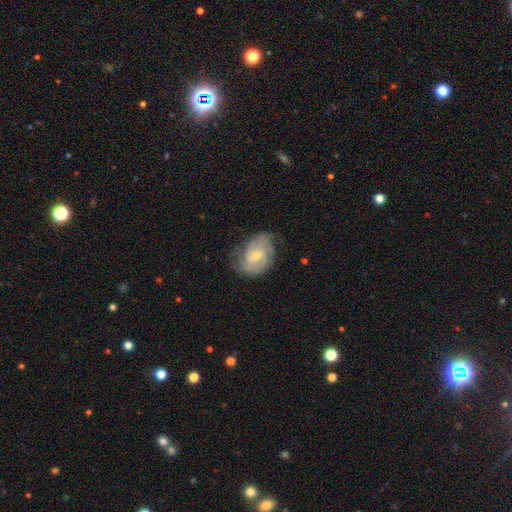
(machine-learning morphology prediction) smooth_or_featured: featured or disk (p=0.79) [alt: smooth p=0.15]
disk_edge_on: no (p=0.97) [alt: yes p=0.03]
bar: no (p=0.56) [alt: weak p=0.38]
has_spiral_arms: yes (p=0.94) [alt: no p=0.06]
spiral_winding: tight (p=0.50) [alt: medium p=0.39]
spiral_arm_count: 2 (p=0.39) [alt: can't tell p=0.25]
bulge_size: small (p=0.52) [alt: moderate p=0.44]
merging: none (p=0.67) [alt: minor disturbance p=0.24]